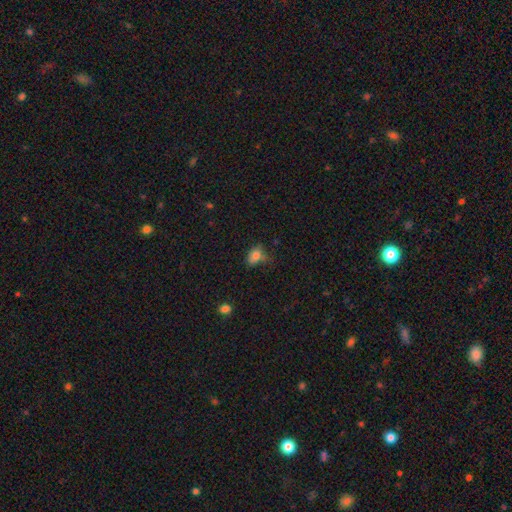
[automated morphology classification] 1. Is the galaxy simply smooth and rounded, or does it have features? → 77% smooth, 13% star or artifact, 10% featured or disk.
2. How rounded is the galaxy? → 75% in between, 22% round, 2% cigar-shaped.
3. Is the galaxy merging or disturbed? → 50% none, 31% minor disturbance, 13% major disturbance, 6% merger.